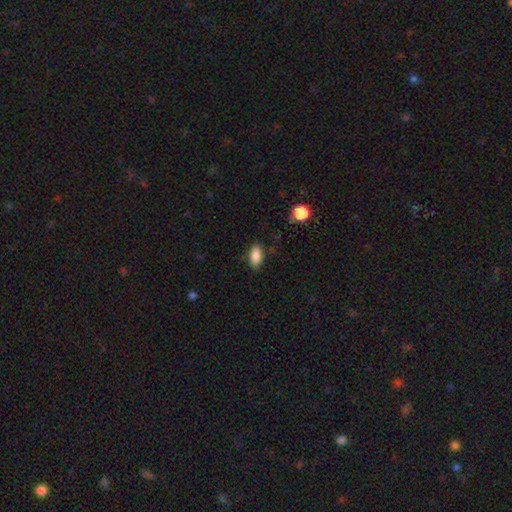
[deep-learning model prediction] This is clearly a smooth galaxy (87%). How rounded: clearly in between (91%). Merging: clearly none (83%).